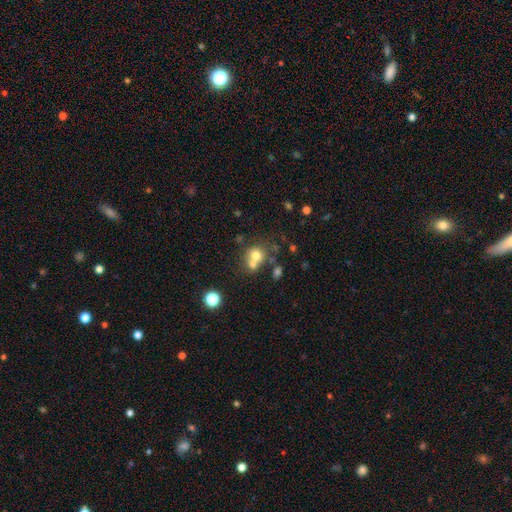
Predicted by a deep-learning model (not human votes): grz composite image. It shows a smooth galaxy with no disk features (69%) that is round (80%). Merging: merger (48%).